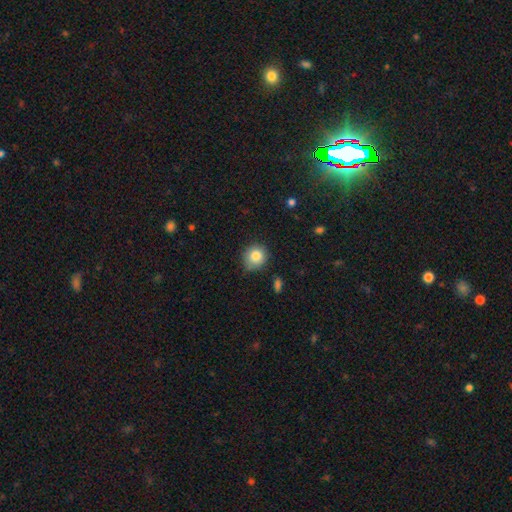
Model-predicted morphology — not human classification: Smooth or featured? Predicted: smooth (p=0.83). How rounded? Predicted: round (p=0.88). Merging? Predicted: none (p=0.73).